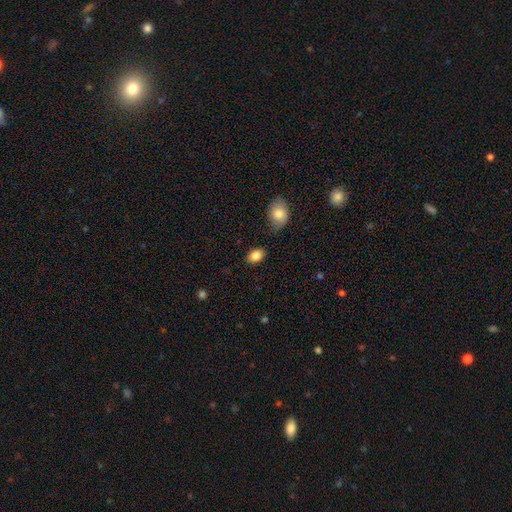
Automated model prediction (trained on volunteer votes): smooth_or_featured: smooth (p=0.86) [alt: star or artifact p=0.08]
how_rounded: in between (p=0.81) [alt: round p=0.18]
merging: none (p=0.81) [alt: minor disturbance p=0.12]